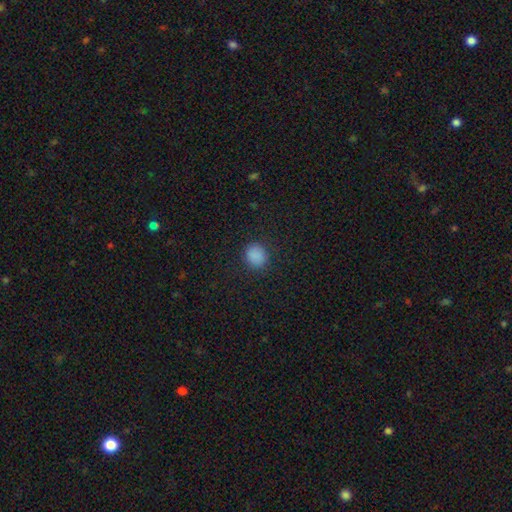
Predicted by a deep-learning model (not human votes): smooth-or-featured: smooth: 87% | star or artifact: 11% | featured or disk: 3%
  how-rounded: round: 78% | in between: 21% | cigar-shaped: 1%
  merging: none: 88% | minor disturbance: 8% | major disturbance: 3% | merger: 1%